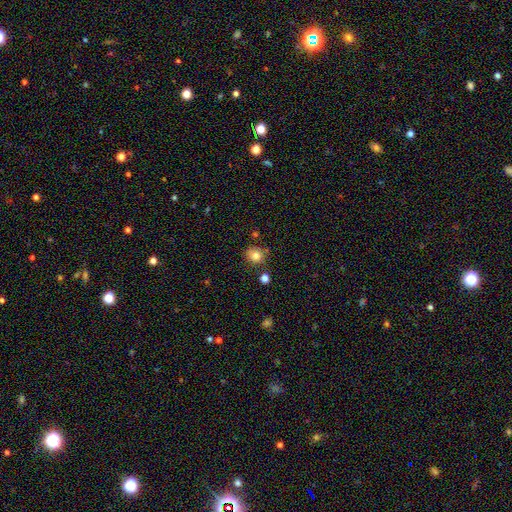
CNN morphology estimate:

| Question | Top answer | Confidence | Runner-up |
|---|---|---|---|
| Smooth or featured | smooth | 79% | star or artifact (12%) |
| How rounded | round | 86% | in between (13%) |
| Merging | none | 79% | minor disturbance (12%) |